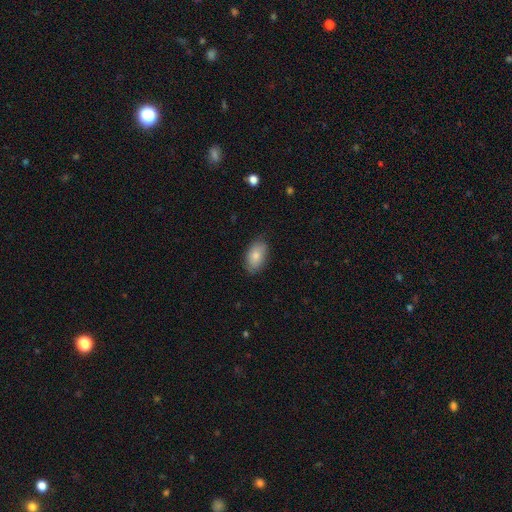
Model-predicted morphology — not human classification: smooth_or_featured: smooth (p=0.83) [alt: featured or disk p=0.11]
how_rounded: in between (p=0.93) [alt: round p=0.05]
merging: none (p=0.82) [alt: minor disturbance p=0.14]